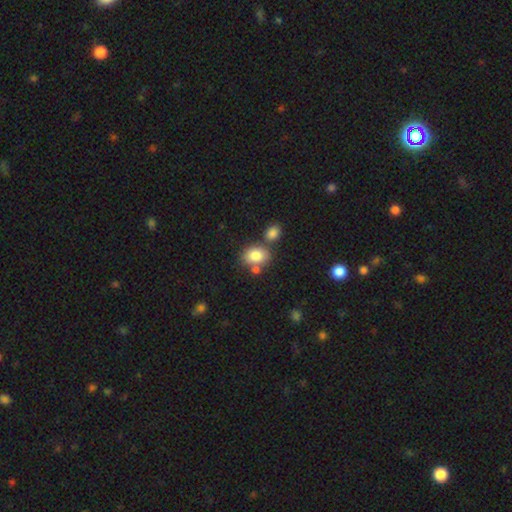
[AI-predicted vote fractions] Smooth or featured: smooth — 82% (star or artifact — 9%)
How rounded: in between — 59% (round — 40%)
Merging: none — 58% (merger — 25%)